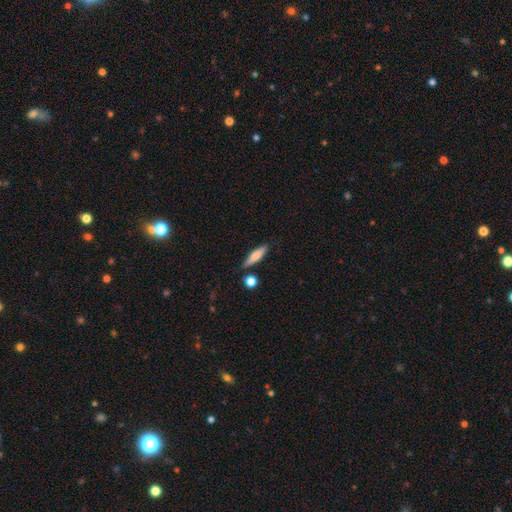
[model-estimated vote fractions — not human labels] Smooth or featured?
  - smooth: 67% *
  - featured or disk: 26%
  - star or artifact: 7%
How rounded?
  - cigar-shaped: 71% *
  - in between: 26%
  - round: 3%
Merging?
  - none: 79% *
  - minor disturbance: 12%
  - merger: 6%
  - major disturbance: 3%